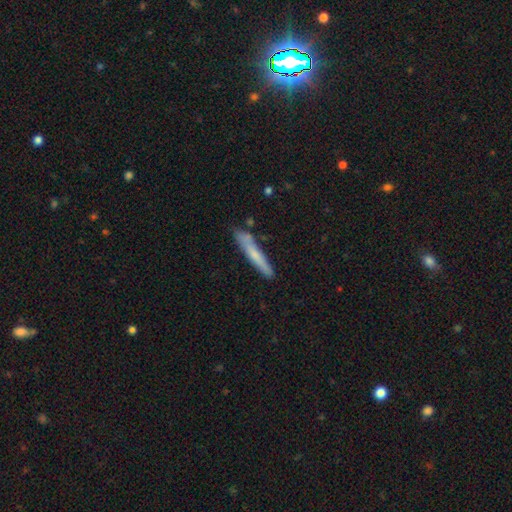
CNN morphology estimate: Smooth or featured? Predicted: smooth (p=0.66). How rounded? Predicted: cigar-shaped (p=0.94). Merging? Predicted: none (p=0.77).